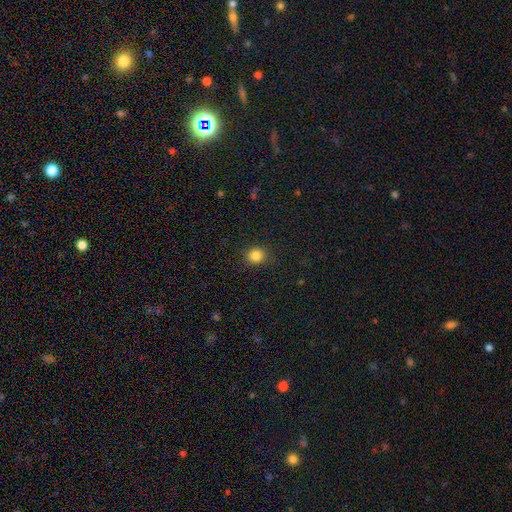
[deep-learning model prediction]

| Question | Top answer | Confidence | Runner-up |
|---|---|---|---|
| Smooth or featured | smooth | 84% | star or artifact (11%) |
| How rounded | round | 85% | in between (14%) |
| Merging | none | 90% | minor disturbance (7%) |